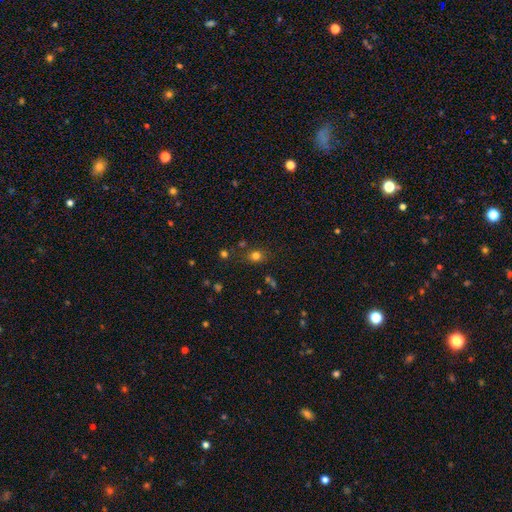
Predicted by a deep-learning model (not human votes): smooth 75%, star or artifact 18%, featured or disk 7%. Down the decision tree: how rounded — round (71%); merging — none (76%).